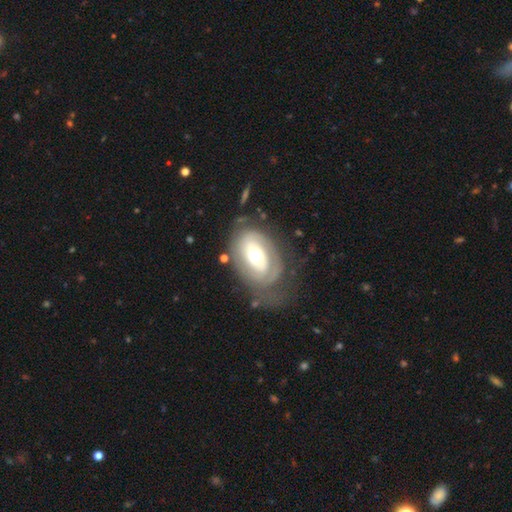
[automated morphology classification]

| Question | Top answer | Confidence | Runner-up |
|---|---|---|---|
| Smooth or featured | featured or disk | 66% | smooth (28%) |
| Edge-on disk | no | 95% | yes (5%) |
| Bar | no | 77% | weak (16%) |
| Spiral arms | yes | 59% | no (41%) |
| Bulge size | moderate | 60% | large (28%) |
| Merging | none | 52% | minor disturbance (23%) |